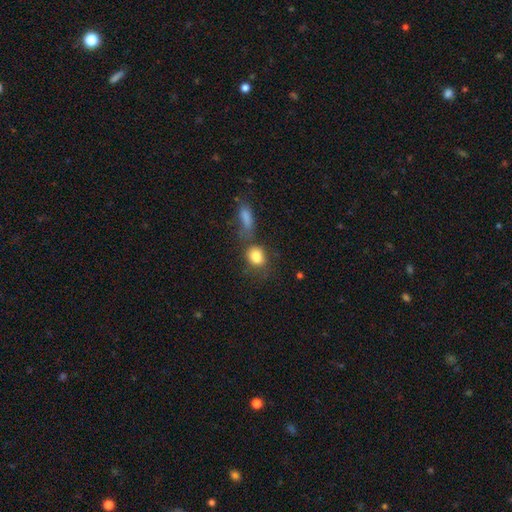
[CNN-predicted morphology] A smooth galaxy with no disk features (81%) that is in between round and cigar-shaped (57%). Merging: none (45%).